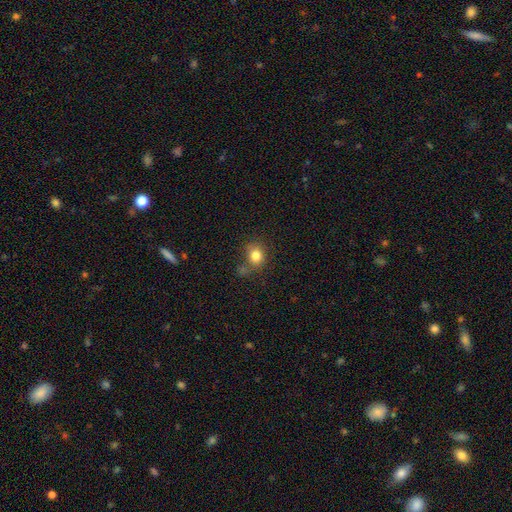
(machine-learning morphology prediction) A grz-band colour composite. It shows a smooth galaxy with no disk features (81%) that is round (72%). Merging: none (65%).